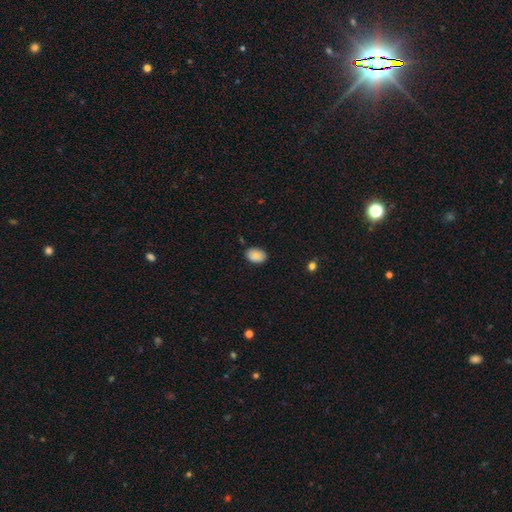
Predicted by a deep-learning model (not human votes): A smooth galaxy with no disk features (85%) that is in between round and cigar-shaped (87%).

Vote fractions:
- Smooth or featured? smooth: 85% / star or artifact: 7% / featured or disk: 7%
- How rounded? in between: 87% / round: 12% / cigar-shaped: 1%
- Merging? none: 83% / minor disturbance: 13% / major disturbance: 2% / merger: 2%